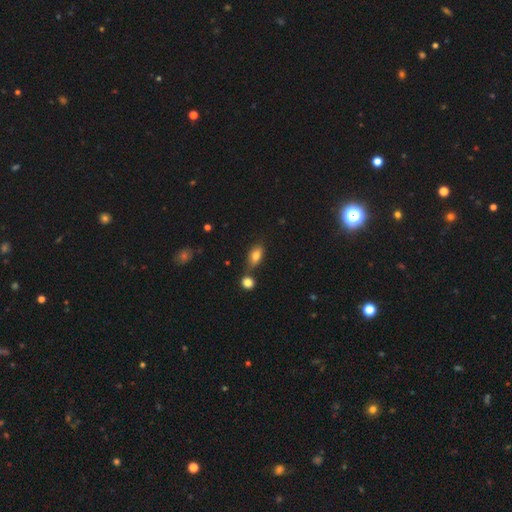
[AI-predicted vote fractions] Smooth or featured? Predicted: smooth (p=0.77). How rounded? Predicted: in between (p=0.85). Merging? Predicted: none (p=0.65).